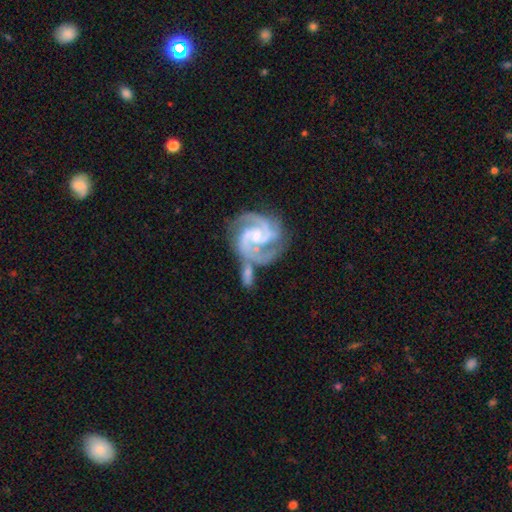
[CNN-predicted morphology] This appears to be a featured or disk galaxy (93%) with no bar (52%), 2 (54%) medium (51%) spiral arms (98%) and a small central bulge (63%). Merging: none (51%).